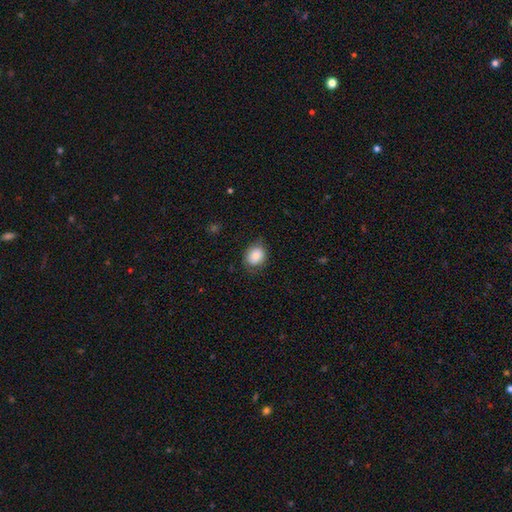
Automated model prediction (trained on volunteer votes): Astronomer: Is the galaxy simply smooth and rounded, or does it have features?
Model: smooth — 83%.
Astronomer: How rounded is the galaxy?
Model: round — 64%.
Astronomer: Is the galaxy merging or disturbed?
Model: none — 77%.